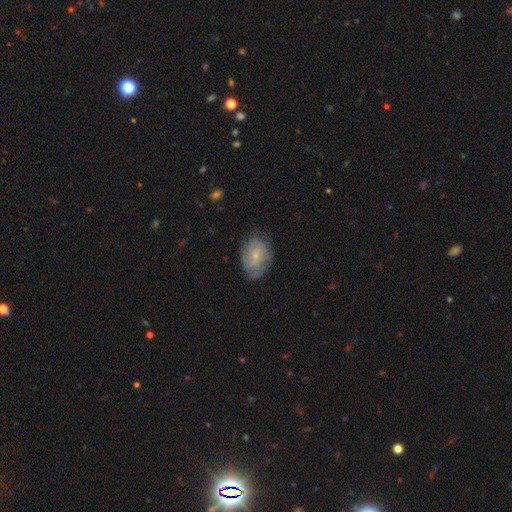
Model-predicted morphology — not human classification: A smooth galaxy with no disk features (52%) that is in between round and cigar-shaped (80%).

Vote fractions:
- Smooth or featured? smooth: 52% / featured or disk: 41% / star or artifact: 8%
- How rounded? in between: 80% / round: 18% / cigar-shaped: 2%
- Merging? none: 67% / minor disturbance: 24% / major disturbance: 7% / merger: 1%